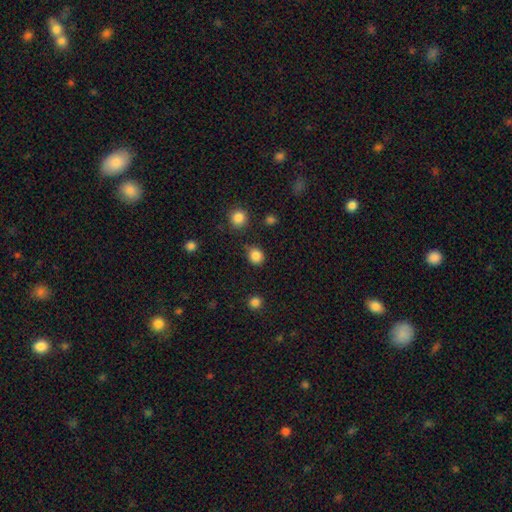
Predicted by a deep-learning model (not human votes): Smooth or featured? Predicted: smooth (p=0.84). How rounded? Predicted: round (p=0.84). Merging? Predicted: none (p=0.80).